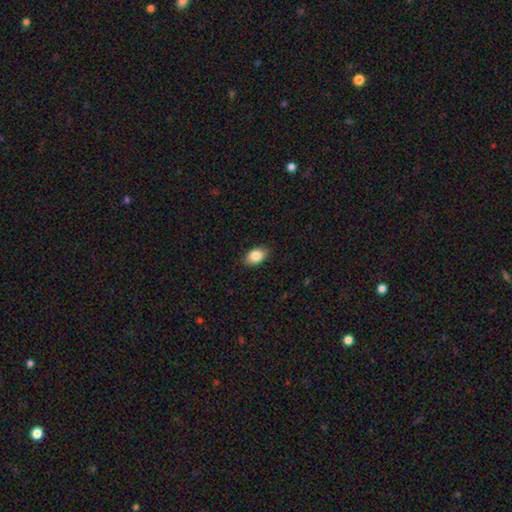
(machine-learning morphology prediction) smooth_or_featured: smooth (p=0.86) [alt: star or artifact p=0.07]
how_rounded: in between (p=0.89) [alt: round p=0.10]
merging: none (p=0.87) [alt: minor disturbance p=0.10]